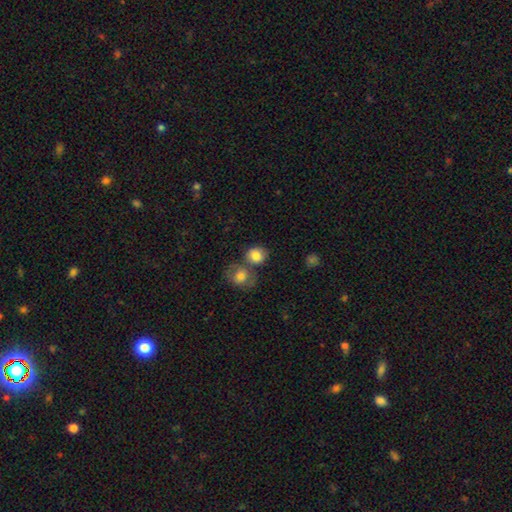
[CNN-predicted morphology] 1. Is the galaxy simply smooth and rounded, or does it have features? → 83% smooth, 9% featured or disk, 8% star or artifact.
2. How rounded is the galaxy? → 71% round, 28% in between, 1% cigar-shaped.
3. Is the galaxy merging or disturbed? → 50% none, 33% merger, 12% minor disturbance, 4% major disturbance.